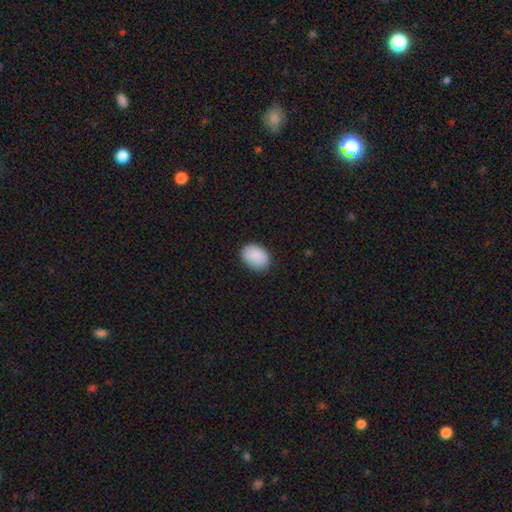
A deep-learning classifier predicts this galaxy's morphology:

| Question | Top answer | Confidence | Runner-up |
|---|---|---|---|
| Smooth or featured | smooth | 89% | star or artifact (7%) |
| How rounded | in between | 75% | round (24%) |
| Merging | none | 84% | minor disturbance (13%) |